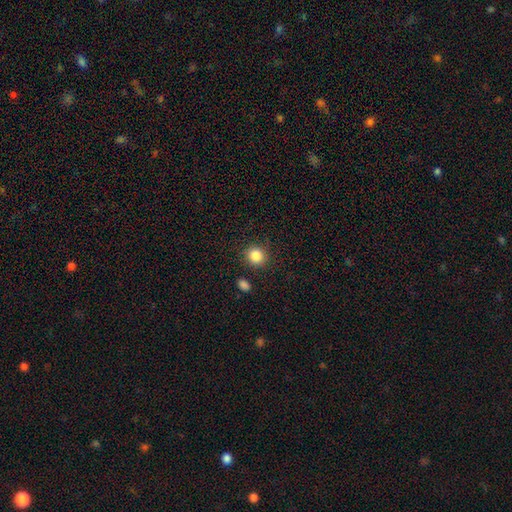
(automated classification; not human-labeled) Smooth or featured?
  - smooth: 86% *
  - star or artifact: 10%
  - featured or disk: 4%
How rounded?
  - round: 88% *
  - in between: 11%
  - cigar-shaped: 1%
Merging?
  - none: 85% *
  - minor disturbance: 8%
  - merger: 3%
  - major disturbance: 3%